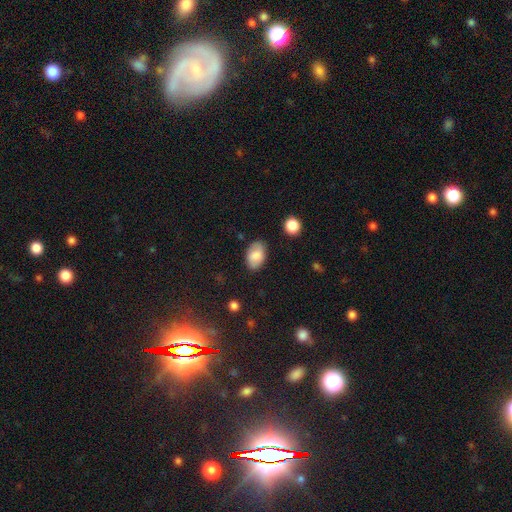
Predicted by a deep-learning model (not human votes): Smooth or featured?
  - smooth: 79% *
  - featured or disk: 13%
  - star or artifact: 7%
How rounded?
  - in between: 91% *
  - round: 8%
  - cigar-shaped: 1%
Merging?
  - none: 81% *
  - minor disturbance: 14%
  - major disturbance: 3%
  - merger: 2%